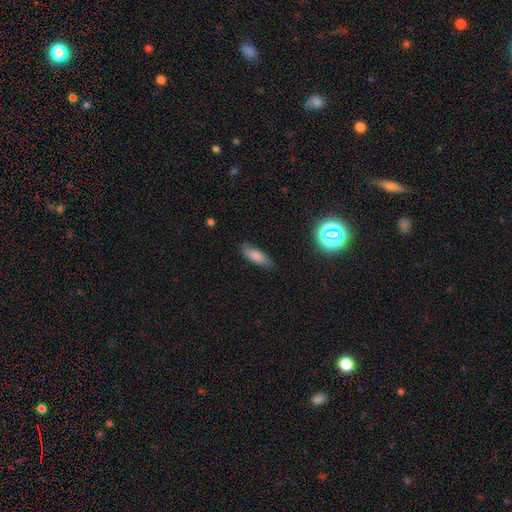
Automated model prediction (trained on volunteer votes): Overall: smooth (79%). How rounded: in between (56%; cigar-shaped 41%). Merging: none (75%).